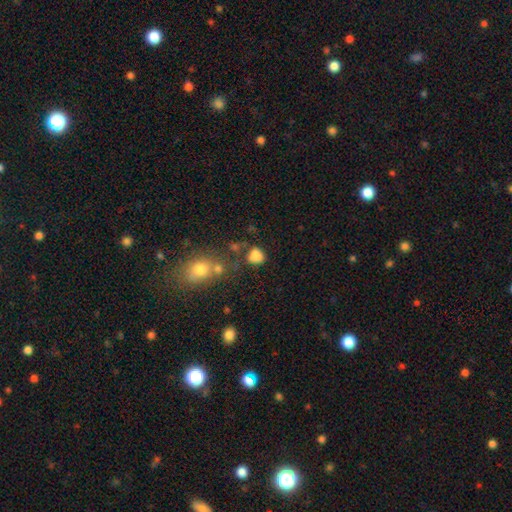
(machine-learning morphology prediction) A smooth galaxy with no disk features (78%) that is in between round and cigar-shaped (49%, tied with round). Merging: none (48%).